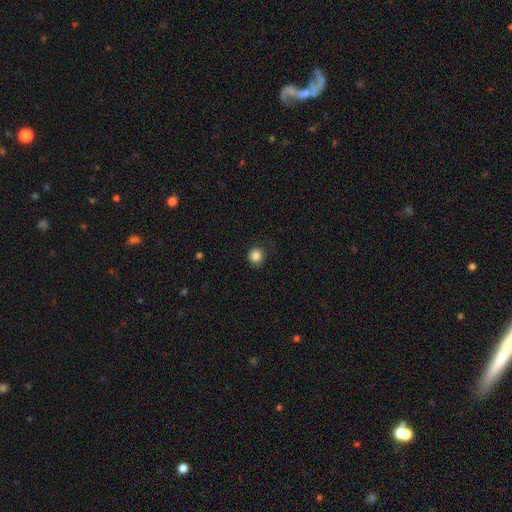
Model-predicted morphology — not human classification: Q: Smooth or featured?
A: smooth (85%); runner-up: star or artifact (11%)
Q: How rounded?
A: round (93%); runner-up: in between (6%)
Q: Merging?
A: none (87%); runner-up: minor disturbance (10%)